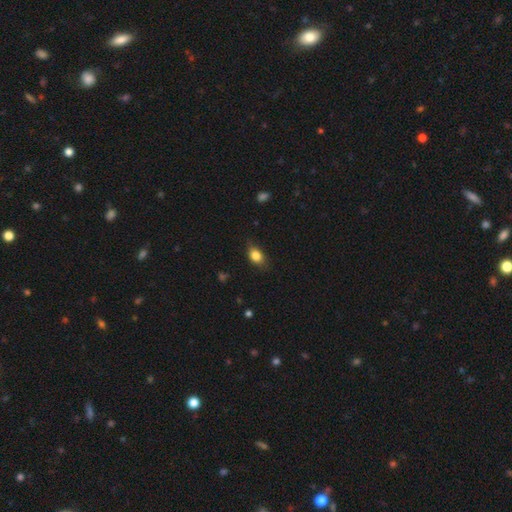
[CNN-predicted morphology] type=smooth (83%); roundness=in between (79%); merging=none (74%).